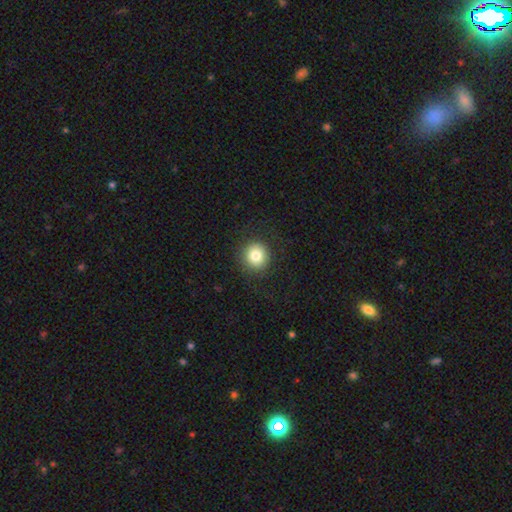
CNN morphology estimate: smooth-or-featured: smooth: 82% | star or artifact: 10% | featured or disk: 8%
  how-rounded: round: 92% | in between: 7% | cigar-shaped: 1%
  merging: none: 90% | minor disturbance: 7% | major disturbance: 3% | merger: 1%